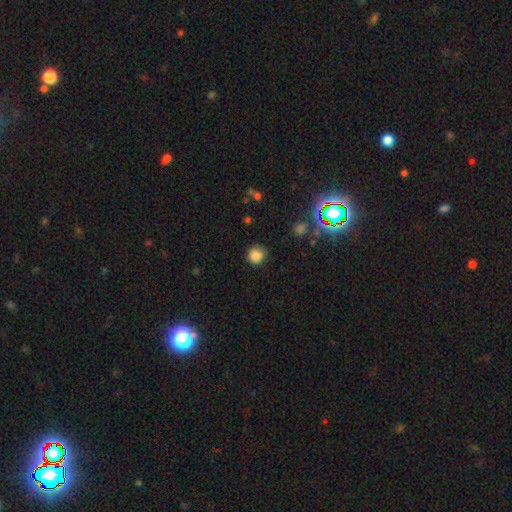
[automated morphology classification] Smooth or featured?
  - smooth: 82% *
  - star or artifact: 13%
  - featured or disk: 5%
How rounded?
  - round: 88% *
  - in between: 11%
  - cigar-shaped: 1%
Merging?
  - none: 75% *
  - minor disturbance: 19%
  - major disturbance: 5%
  - merger: 2%